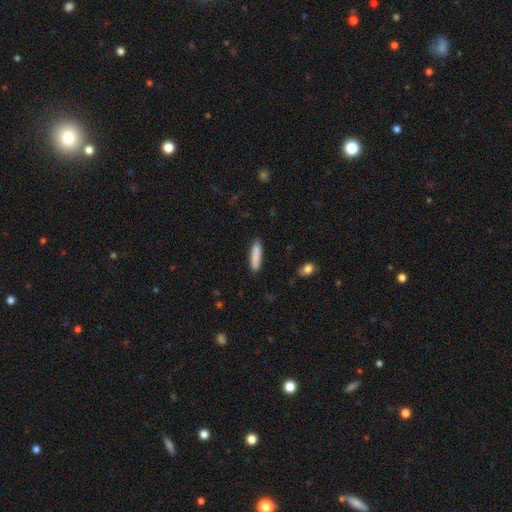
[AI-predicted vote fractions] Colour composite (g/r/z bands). It shows a smooth galaxy with no disk features (87%) that is cigar-shaped (80%). Merging: none (88%).